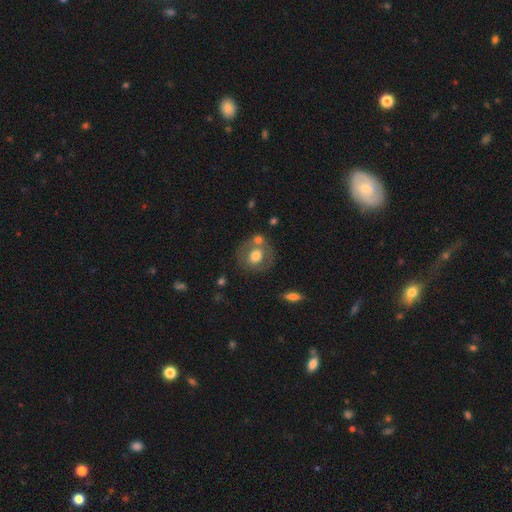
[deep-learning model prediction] This appears to be a smooth galaxy with no disk features (59%) that is round (77%). Merging: none (63%).